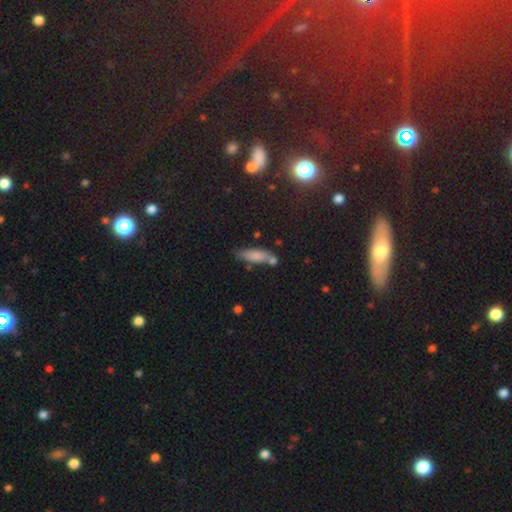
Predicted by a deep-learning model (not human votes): Overall: smooth (78%). How rounded: cigar-shaped (49%, tied with in between). Merging: none (64%).